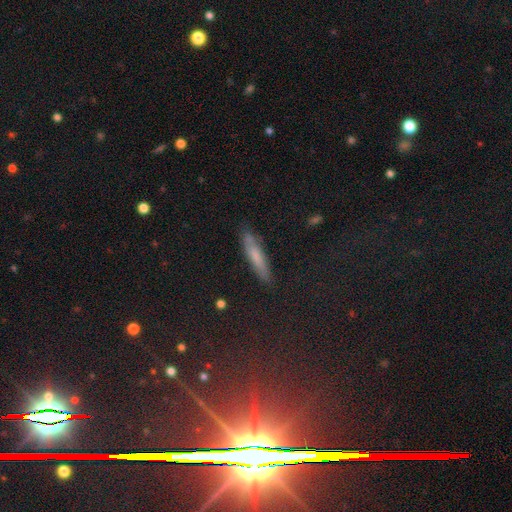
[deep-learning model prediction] Smooth or featured? Predicted: smooth (p=0.60). How rounded? Predicted: cigar-shaped (p=0.82). Merging? Predicted: none (p=0.77).